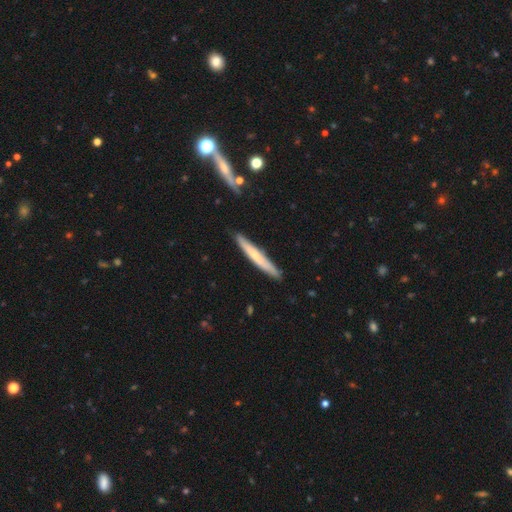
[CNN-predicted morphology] type=smooth (53%); roundness=cigar-shaped (95%); merging=none (86%).